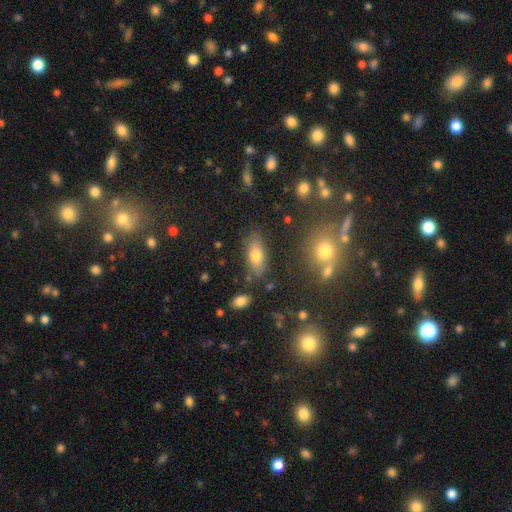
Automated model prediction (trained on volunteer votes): Smooth or featured?
  - smooth: 73% *
  - featured or disk: 18%
  - star or artifact: 9%
How rounded?
  - in between: 80% *
  - cigar-shaped: 16%
  - round: 4%
Merging?
  - none: 78% *
  - minor disturbance: 14%
  - merger: 4%
  - major disturbance: 4%